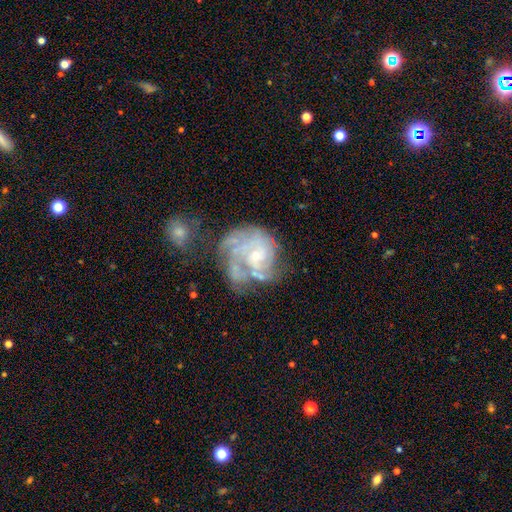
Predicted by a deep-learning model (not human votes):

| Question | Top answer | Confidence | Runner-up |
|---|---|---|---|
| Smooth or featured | featured or disk | 82% | smooth (10%) |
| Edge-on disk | no | 98% | yes (2%) |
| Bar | no | 72% | weak (24%) |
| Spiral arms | yes | 87% | no (13%) |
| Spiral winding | tight | 61% | medium (29%) |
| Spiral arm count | can't tell | 40% | 3 (21%) |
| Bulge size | small | 70% | moderate (25%) |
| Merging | none | 39% | major disturbance (22%) |